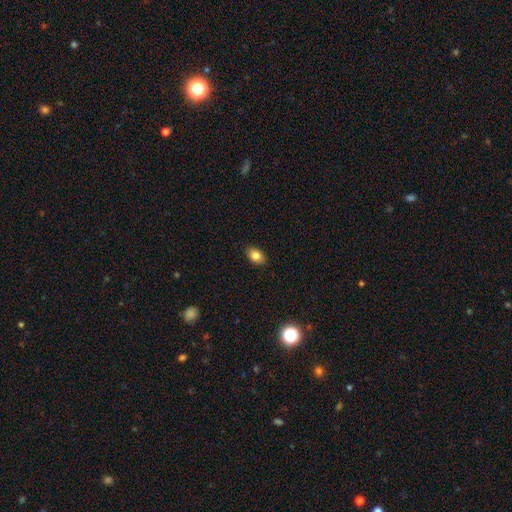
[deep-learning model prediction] A smooth galaxy with no disk features (82%) that is in between round and cigar-shaped (83%).

Vote fractions:
- Smooth or featured? smooth: 82% / star or artifact: 9% / featured or disk: 9%
- How rounded? in between: 83% / round: 16% / cigar-shaped: 2%
- Merging? none: 88% / minor disturbance: 9% / major disturbance: 2% / merger: 1%